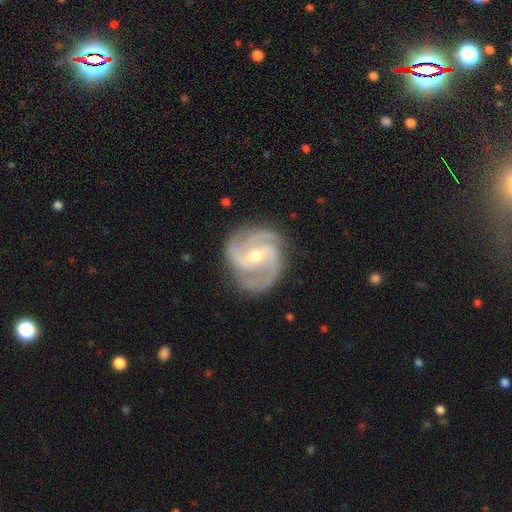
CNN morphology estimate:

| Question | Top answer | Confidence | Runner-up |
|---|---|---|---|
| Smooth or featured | featured or disk | 93% | star or artifact (4%) |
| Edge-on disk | no | 98% | yes (2%) |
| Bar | weak | 45% | no (33%) |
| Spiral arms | yes | 99% | no (1%) |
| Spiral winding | medium | 47% | tied: tight (47%) |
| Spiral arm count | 3 | 64% | 2 (12%) |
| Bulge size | moderate | 56% | small (42%) |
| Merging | none | 82% | minor disturbance (13%) |